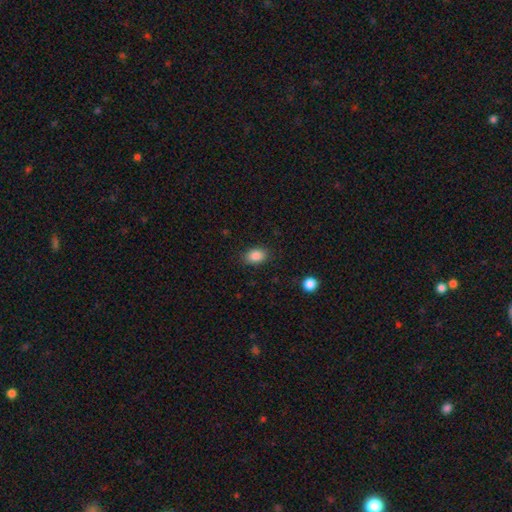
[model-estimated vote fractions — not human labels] Morphology: type=smooth (86%); roundness=in between (75%); merging=none (86%).